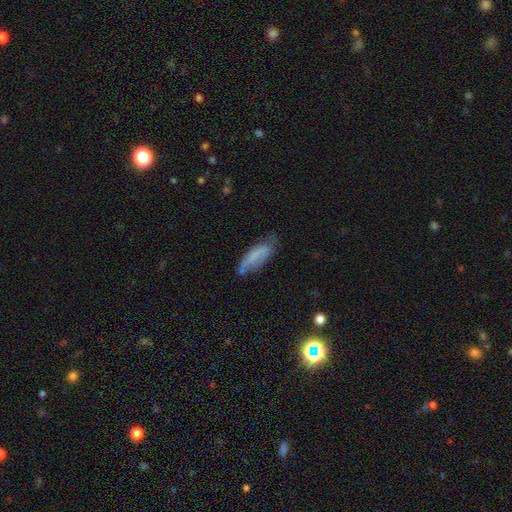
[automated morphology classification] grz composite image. It shows a smooth galaxy with no disk features (64%) that is in between round and cigar-shaped (57%). Merging: none (52%).